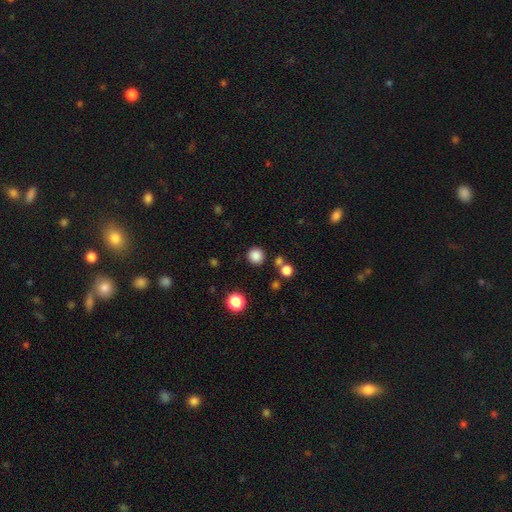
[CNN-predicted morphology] type=smooth (84%); roundness=round (93%); merging=none (86%).